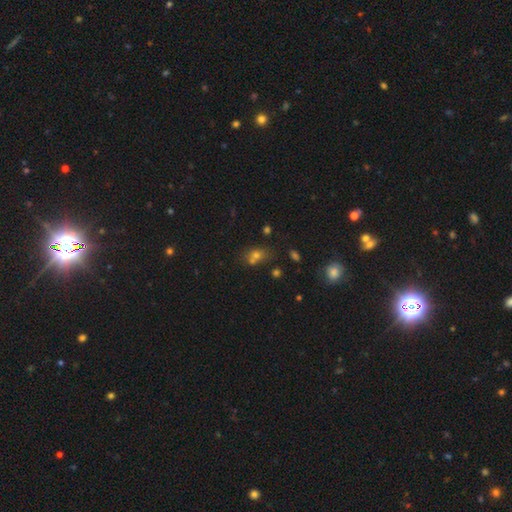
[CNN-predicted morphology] smooth 61%, star or artifact 26%, featured or disk 13%. Down the decision tree: how rounded — round (50%); merging — none (51%).